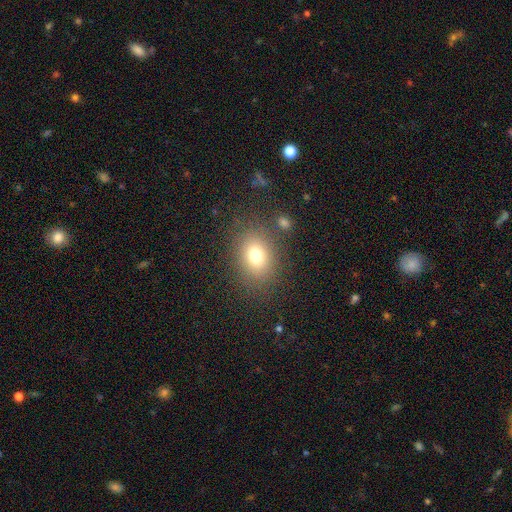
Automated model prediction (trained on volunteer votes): This appears to be a smooth galaxy with no disk features (76%) that is in between round and cigar-shaped (58%). Merging: none (80%).